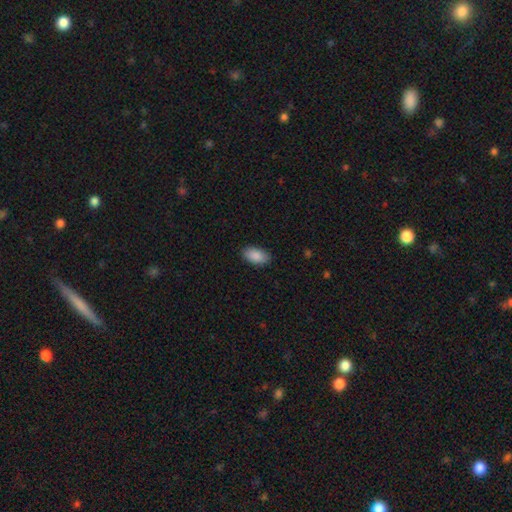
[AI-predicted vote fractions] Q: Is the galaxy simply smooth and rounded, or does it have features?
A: smooth — 90%.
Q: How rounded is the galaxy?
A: in between — 95%.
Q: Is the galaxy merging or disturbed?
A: none — 87%.